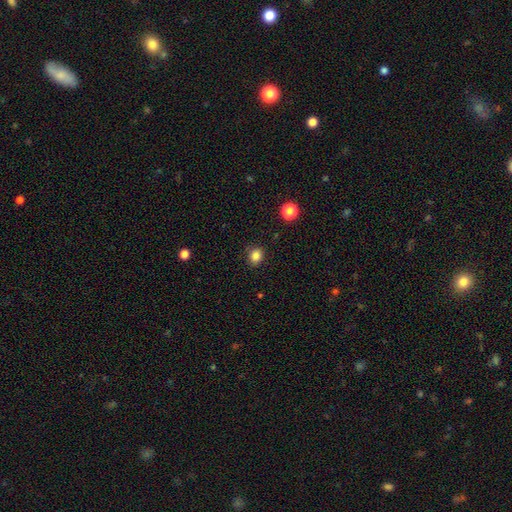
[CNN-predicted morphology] smooth 85%, star or artifact 12%, featured or disk 4%. Down the decision tree: how rounded — round (63%); merging — none (87%).